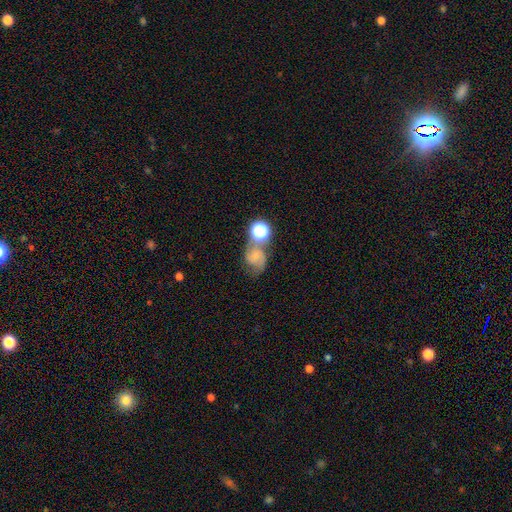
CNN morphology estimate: Smooth or featured?
  - featured or disk: 52% *
  - smooth: 32%
  - star or artifact: 15%
Edge-on disk?
  - no: 97% *
  - yes: 3%
Bar?
  - no: 63% *
  - weak: 30%
  - strong: 7%
Spiral arms?
  - yes: 89% *
  - no: 11%
Bulge size?
  - small: 46% *
  - none: 24%
  - moderate: 22%
  - large: 5%
  - dominant: 3%
Merging?
  - none: 42% *
  - merger: 28%
  - minor disturbance: 18%
  - major disturbance: 12%